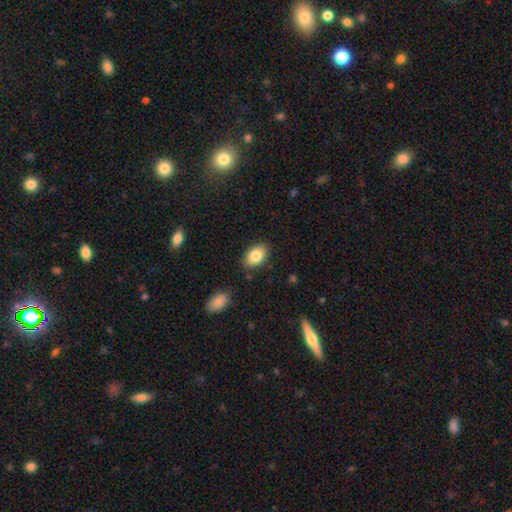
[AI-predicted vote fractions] Smooth or featured? smooth (84%)
How rounded? in between (90%)
Merging? none (84%)